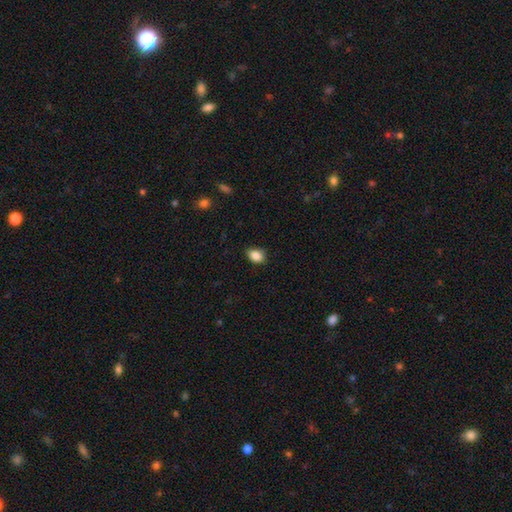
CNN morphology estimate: Smooth or featured?
  - smooth: 87% *
  - star or artifact: 9%
  - featured or disk: 4%
How rounded?
  - in between: 74% *
  - round: 25%
  - cigar-shaped: 1%
Merging?
  - none: 83% *
  - minor disturbance: 14%
  - major disturbance: 2%
  - merger: 1%